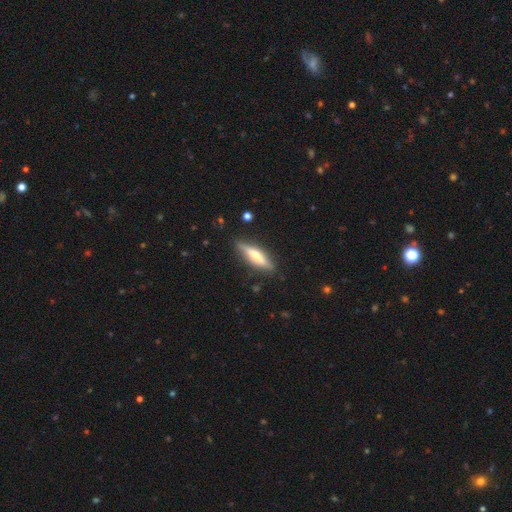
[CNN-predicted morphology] Q: Smooth or featured?
A: featured or disk (48%); runner-up: smooth (46%)
Q: Merging?
A: none (86%); runner-up: minor disturbance (10%)